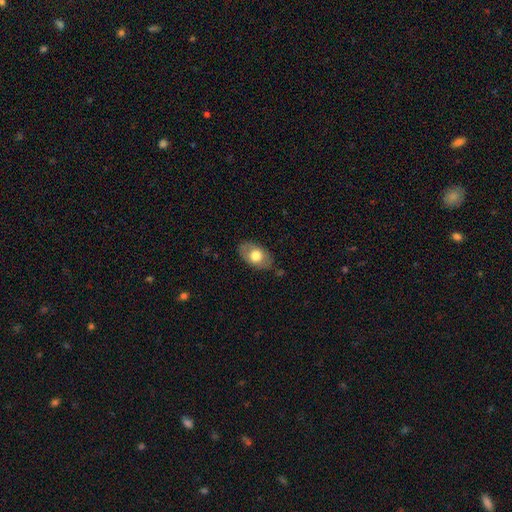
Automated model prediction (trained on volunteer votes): Overall: smooth (68%). How rounded: in between (88%). Merging: none (79%).